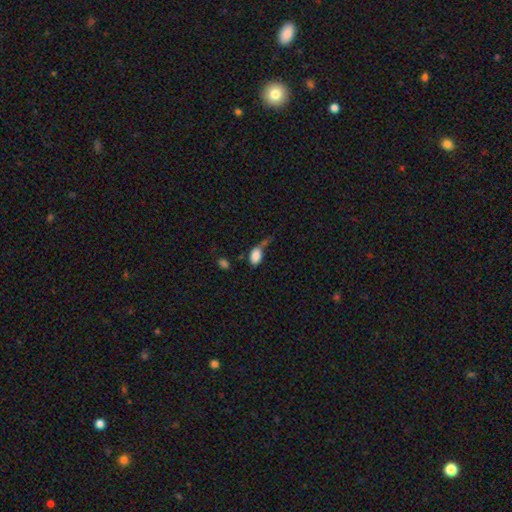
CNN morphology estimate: smooth 85%, star or artifact 8%, featured or disk 7%. Down the decision tree: how rounded — in between (90%); merging — none (34%).